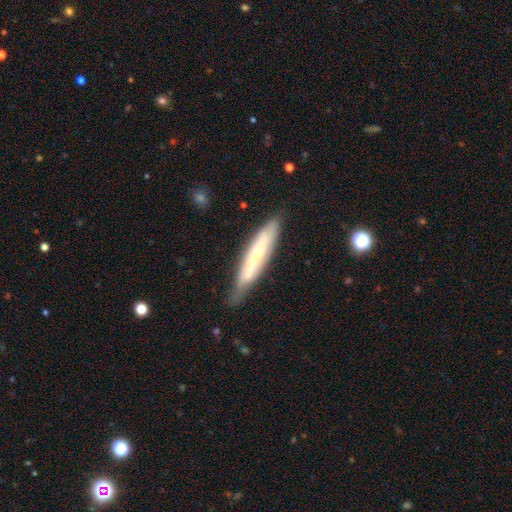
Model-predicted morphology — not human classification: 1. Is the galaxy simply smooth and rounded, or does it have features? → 49% smooth, 44% featured or disk, 6% star or artifact.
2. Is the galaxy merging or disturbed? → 71% none, 23% minor disturbance, 5% major disturbance, 2% merger.